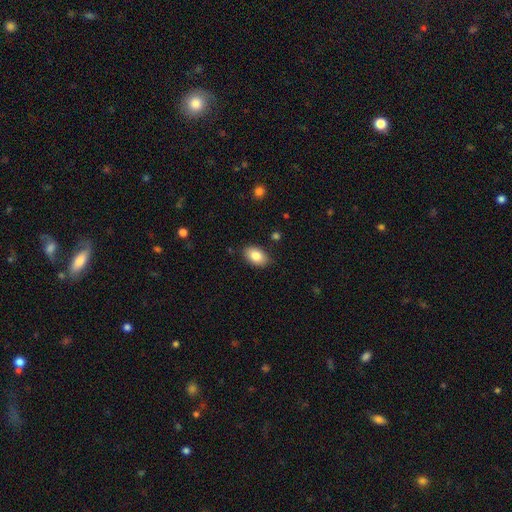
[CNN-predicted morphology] Smooth or featured? smooth (83%)
How rounded? in between (89%)
Merging? none (85%)